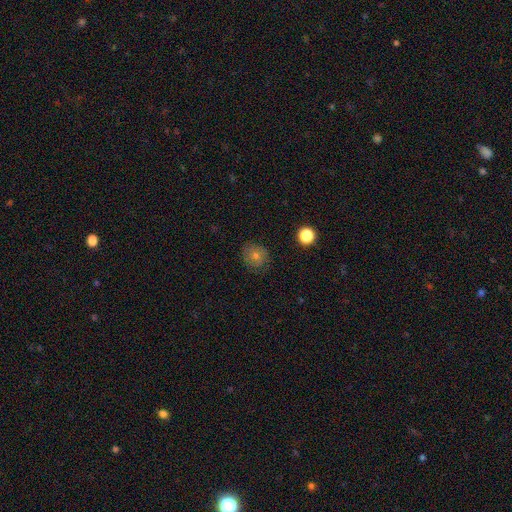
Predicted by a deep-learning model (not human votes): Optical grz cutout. It shows a smooth galaxy with no disk features (63%) that is round (83%). Merging: none (85%).